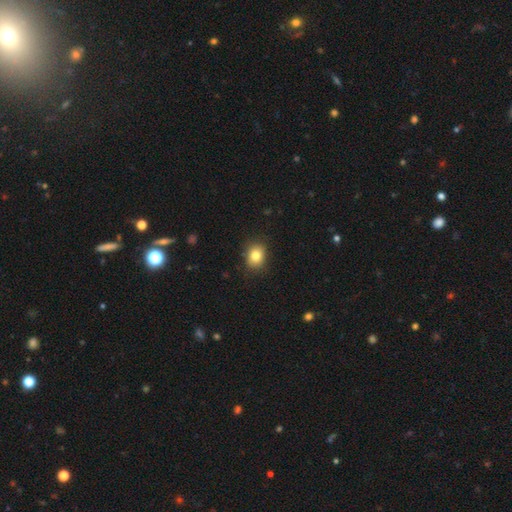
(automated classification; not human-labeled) A smooth galaxy with no disk features (82%) that is round (54%). Merging: none (85%).